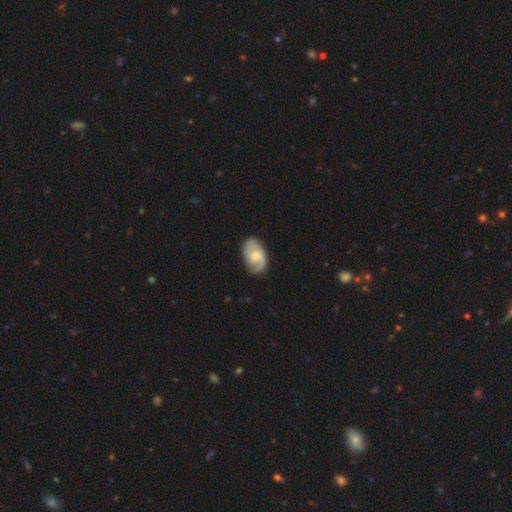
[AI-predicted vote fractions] Overall: featured or disk (60%; smooth 34%). Edge-on disk: no (96%). Bar: no (59%; weak 36%). Spiral arms: yes (88%). Spiral arm count: 2 (69%). Spiral winding: medium (43%; loose 29%). Bulge size: moderate (50%; small 40%). Merging: none (74%).